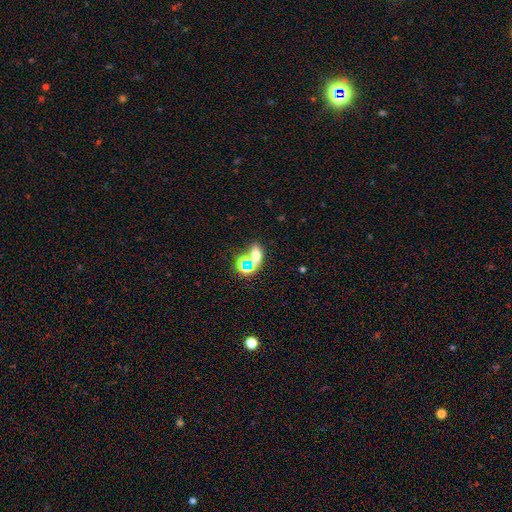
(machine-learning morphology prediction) Smooth or featured: smooth — 52% (star or artifact — 28%)
How rounded: in between — 70% (round — 26%)
Merging: merger — 42% (tied with none — 42%)